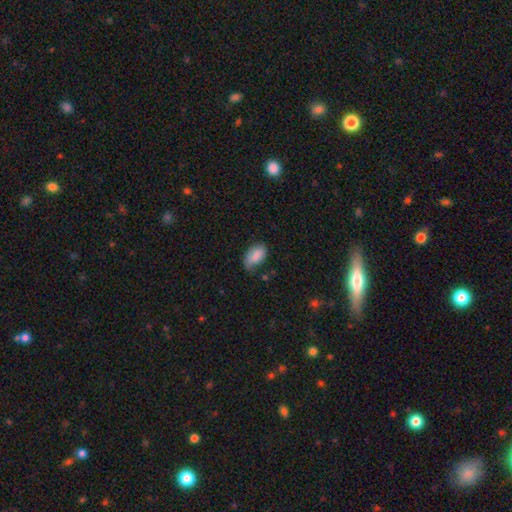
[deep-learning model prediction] Smooth or featured: smooth — 83% (featured or disk — 10%)
How rounded: in between — 92% (round — 6%)
Merging: none — 52% (minor disturbance — 36%)